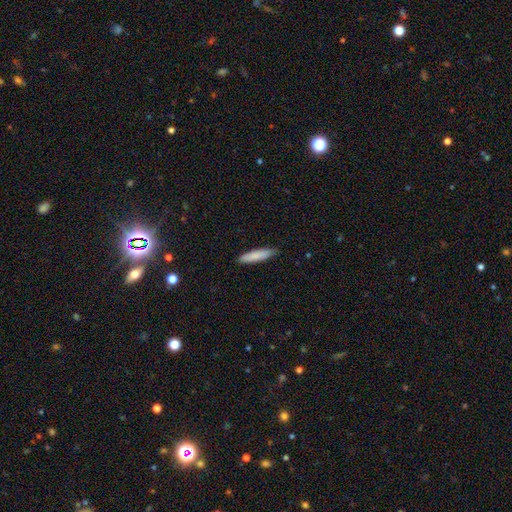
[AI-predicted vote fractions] Smooth or featured?
  - smooth: 84% *
  - featured or disk: 10%
  - star or artifact: 6%
How rounded?
  - cigar-shaped: 83% *
  - in between: 16%
  - round: 1%
Merging?
  - none: 88% *
  - minor disturbance: 9%
  - major disturbance: 2%
  - merger: 1%